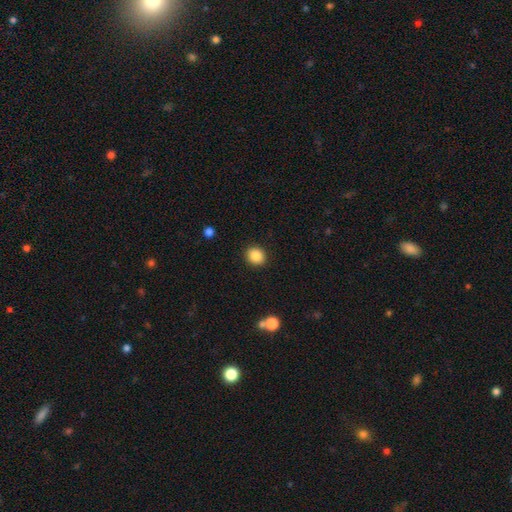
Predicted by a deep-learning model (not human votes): A smooth galaxy with no disk features (86%) that is round (80%).

Vote fractions:
- Smooth or featured? smooth: 86% / star or artifact: 9% / featured or disk: 4%
- How rounded? round: 80% / in between: 20% / cigar-shaped: 1%
- Merging? none: 91% / minor disturbance: 5% / major disturbance: 2% / merger: 1%